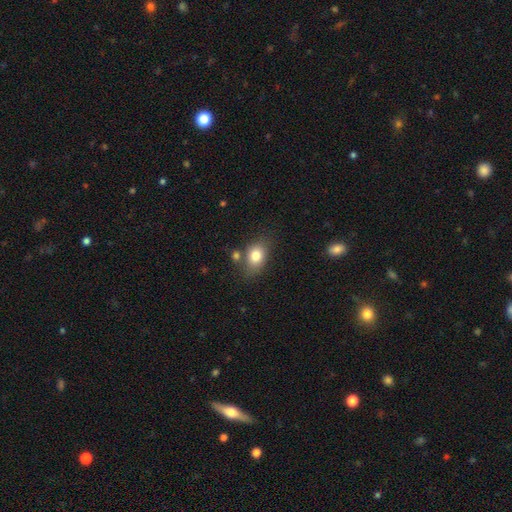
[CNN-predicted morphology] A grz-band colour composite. It shows a smooth galaxy with no disk features (79%) that is in between round and cigar-shaped (71%). Merging: none (67%).